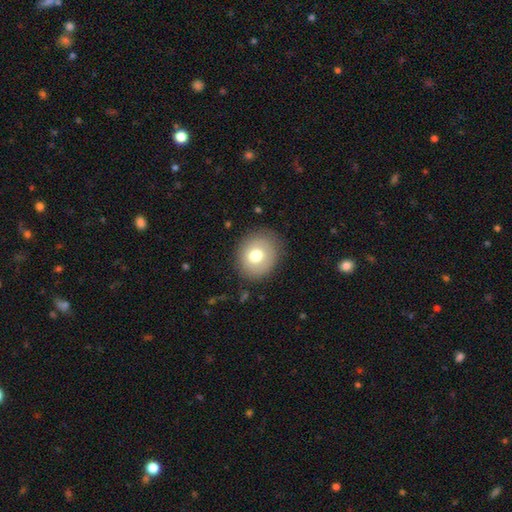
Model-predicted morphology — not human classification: Smooth or featured? smooth (73%)
How rounded? round (71%)
Merging? none (84%)